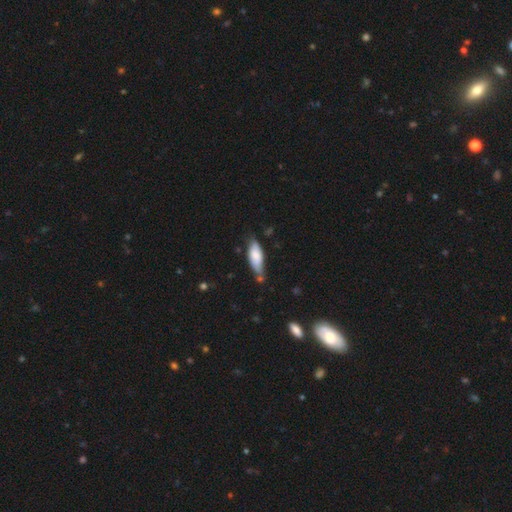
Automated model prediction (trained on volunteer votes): This is likely a smooth galaxy (76%). How rounded: likely in between (65%). Merging: possibly none (56%).